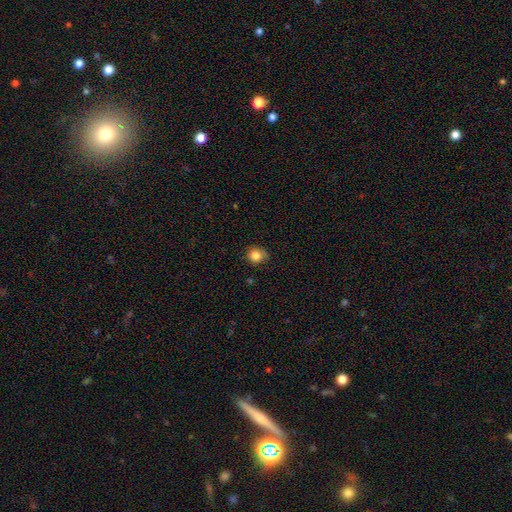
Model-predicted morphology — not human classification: type=smooth (83%); roundness=round (84%); merging=none (79%).